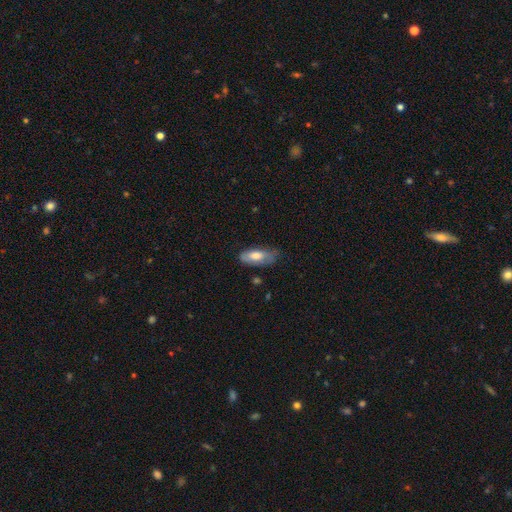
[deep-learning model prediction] smooth 70%, featured or disk 24%, star or artifact 6%. Down the decision tree: how rounded — in between (77%); merging — none (62%).